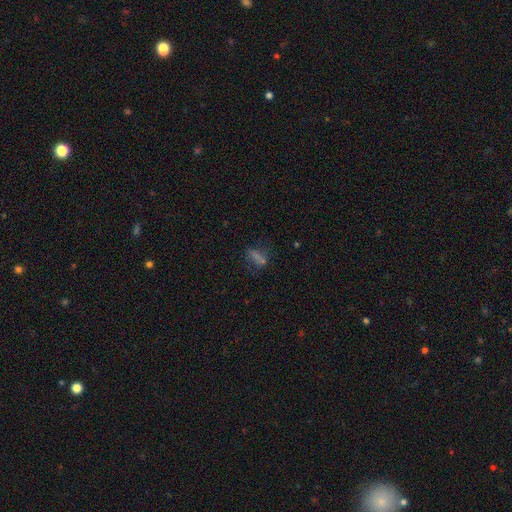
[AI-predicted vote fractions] Smooth or featured?
  - smooth: 51% *
  - star or artifact: 28%
  - featured or disk: 21%
How rounded?
  - in between: 62% *
  - round: 19%
  - cigar-shaped: 19%
Merging?
  - none: 58% *
  - minor disturbance: 19%
  - major disturbance: 14%
  - merger: 9%